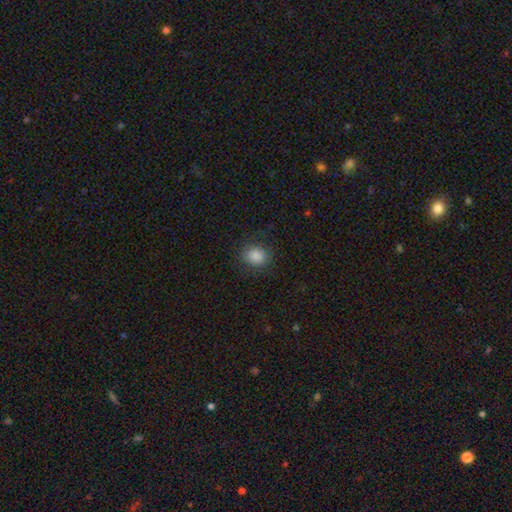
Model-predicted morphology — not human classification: Smooth or featured?
  - smooth: 86% *
  - star or artifact: 10%
  - featured or disk: 4%
How rounded?
  - round: 64% *
  - in between: 35%
  - cigar-shaped: 1%
Merging?
  - none: 85% *
  - minor disturbance: 10%
  - major disturbance: 4%
  - merger: 1%